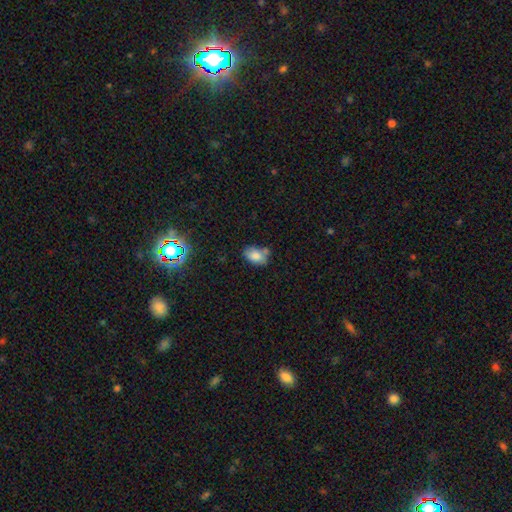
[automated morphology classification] Q: Smooth or featured?
A: smooth (79%); runner-up: star or artifact (10%)
Q: How rounded?
A: in between (85%); runner-up: round (14%)
Q: Merging?
A: none (50%); runner-up: minor disturbance (26%)